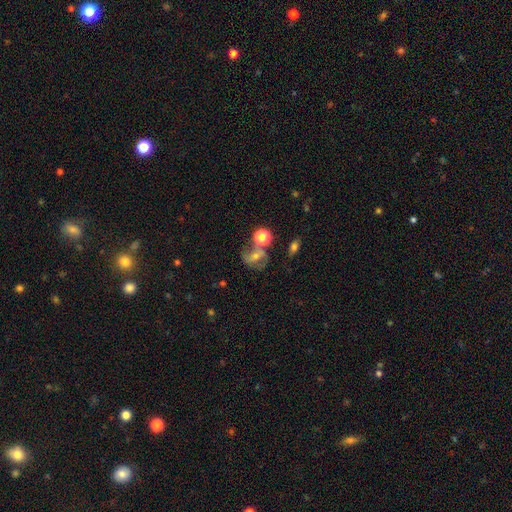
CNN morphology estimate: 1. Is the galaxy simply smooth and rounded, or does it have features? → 54% featured or disk, 29% smooth, 17% star or artifact.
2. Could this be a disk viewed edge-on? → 96% no, 4% yes.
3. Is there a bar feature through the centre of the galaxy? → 40% no, 39% weak, 21% strong.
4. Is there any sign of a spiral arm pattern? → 80% yes, 20% no.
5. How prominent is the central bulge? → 45% small, 43% moderate, 5% none, 4% large, 2% dominant.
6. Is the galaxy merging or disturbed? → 52% none, 19% merger, 17% minor disturbance, 12% major disturbance.